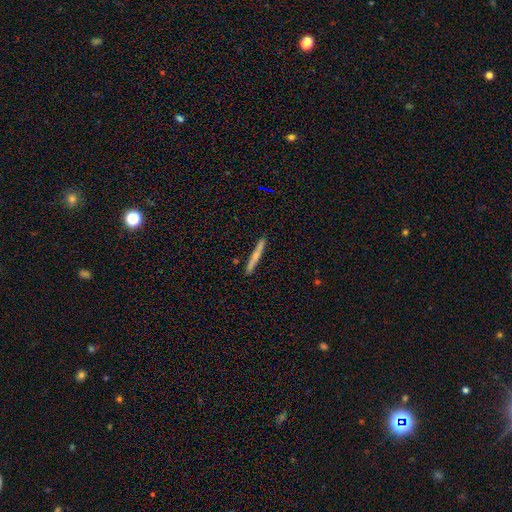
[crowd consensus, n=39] A smooth galaxy with no disk features (54%) that is cigar-shaped (95%).

Vote fractions:
- Smooth or featured? smooth: 54% / featured or disk: 46% / star or artifact: 0%
- How rounded? cigar-shaped: 95% / round: 5% / in between: 0%
- Merging? none: 85% / minor disturbance: 8% / merger: 5% / major disturbance: 3%